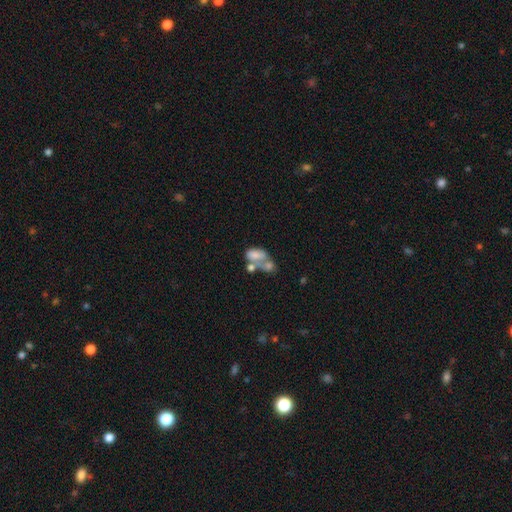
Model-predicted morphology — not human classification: Smooth or featured? Predicted: smooth (p=0.59). How rounded? Predicted: in between (p=0.89). Merging? Predicted: merger (p=0.61).